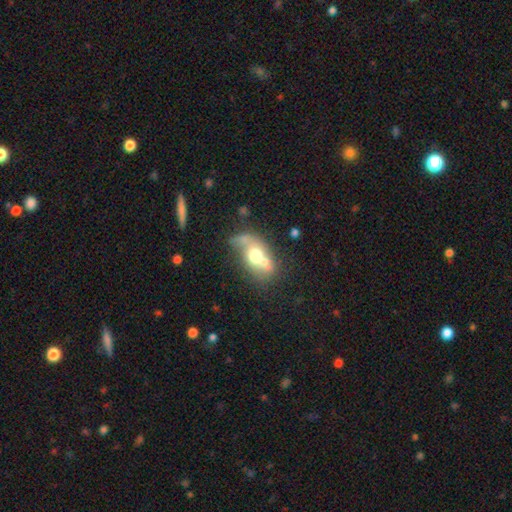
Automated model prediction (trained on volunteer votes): smooth-or-featured: smooth: 53% | featured or disk: 37% | star or artifact: 10%
  how-rounded: in between: 72% | round: 25% | cigar-shaped: 3%
  merging: merger: 43% | none: 27% | minor disturbance: 17% | major disturbance: 14%